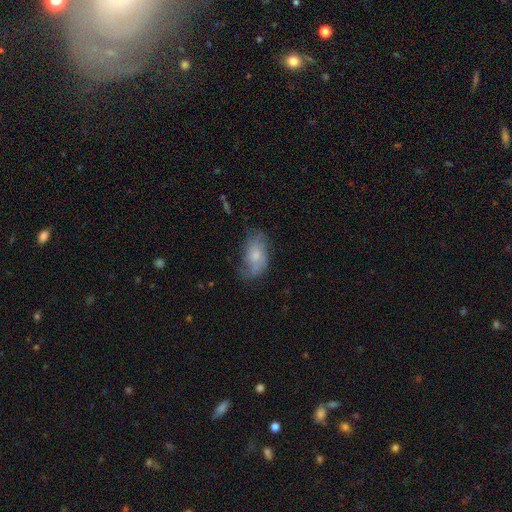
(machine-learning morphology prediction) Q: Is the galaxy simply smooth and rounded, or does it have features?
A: smooth — 54%.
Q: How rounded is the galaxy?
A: in between — 90%.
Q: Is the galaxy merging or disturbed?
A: none — 48%.